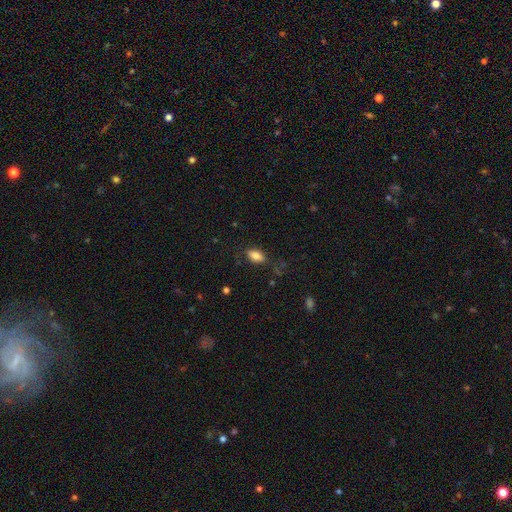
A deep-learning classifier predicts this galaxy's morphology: smooth-or-featured: smooth: 84% | star or artifact: 9% | featured or disk: 7%
  how-rounded: in between: 89% | cigar-shaped: 6% | round: 5%
  merging: none: 76% | minor disturbance: 17% | major disturbance: 5% | merger: 2%